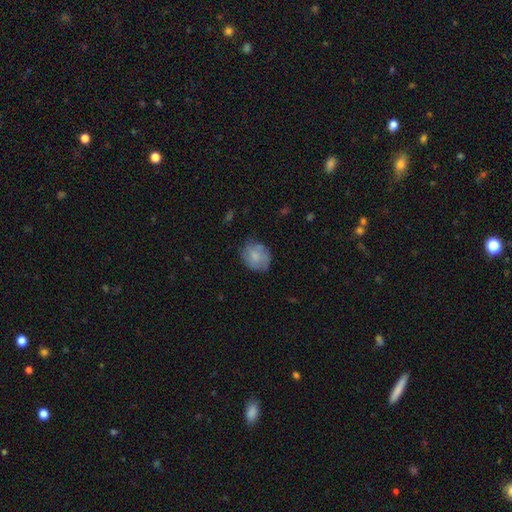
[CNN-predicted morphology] type=smooth (64%); roundness=round (57%); merging=none (67%).